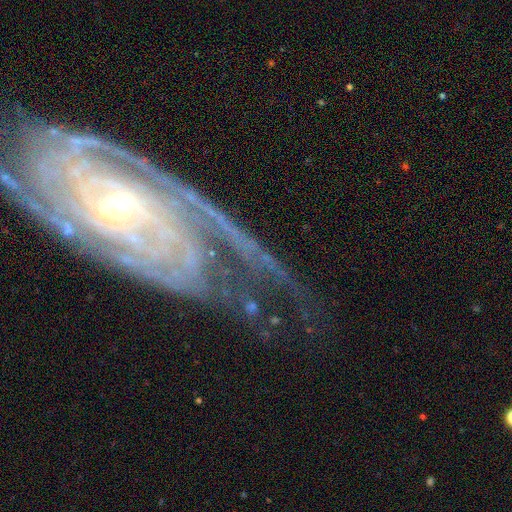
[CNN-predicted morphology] Smooth or featured?
  - featured or disk: 84% *
  - star or artifact: 9%
  - smooth: 7%
Edge-on disk?
  - no: 90% *
  - yes: 10%
Bar?
  - no: 48% *
  - weak: 30%
  - strong: 22%
Spiral arms?
  - yes: 92% *
  - no: 8%
Spiral winding?
  - tight: 68% *
  - medium: 24%
  - loose: 9%
Spiral arm count?
  - can't tell: 34% *
  - 2: 24%
  - 3: 14%
  - 4: 11%
  - more than 4: 10%
  - 1: 8%
Bulge size?
  - small: 52% *
  - moderate: 41%
  - large: 4%
  - none: 2%
  - dominant: 2%
Merging?
  - none: 62% *
  - minor disturbance: 18%
  - major disturbance: 17%
  - merger: 3%